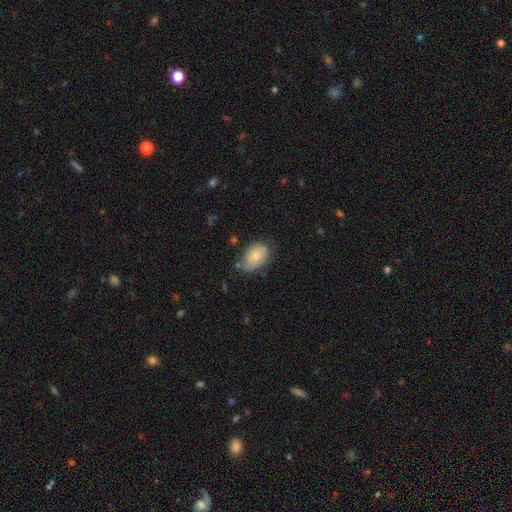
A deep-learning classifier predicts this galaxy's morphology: This appears to be a smooth galaxy with no disk features (78%) that is in between round and cigar-shaped (88%). Merging: none (63%).